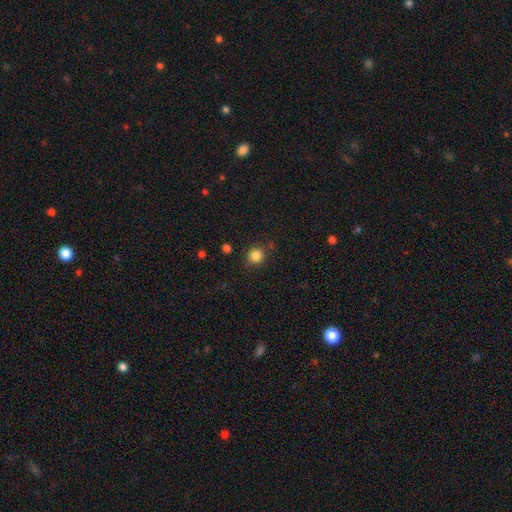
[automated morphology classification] This is clearly a smooth galaxy (85%). How rounded: clearly round (93%). Merging: clearly none (85%).